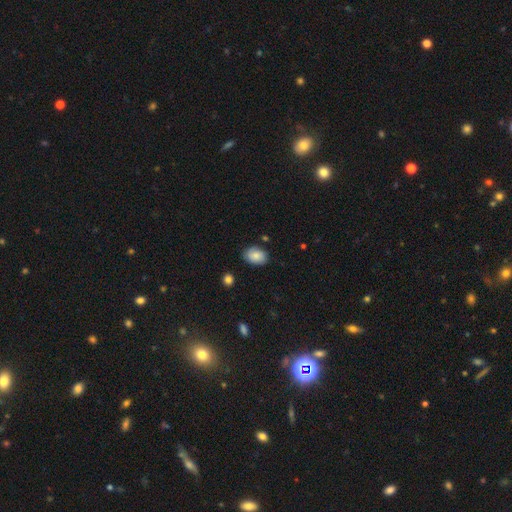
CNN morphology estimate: Smooth or featured? Predicted: smooth (p=0.85). How rounded? Predicted: in between (p=0.84). Merging? Predicted: none (p=0.82).